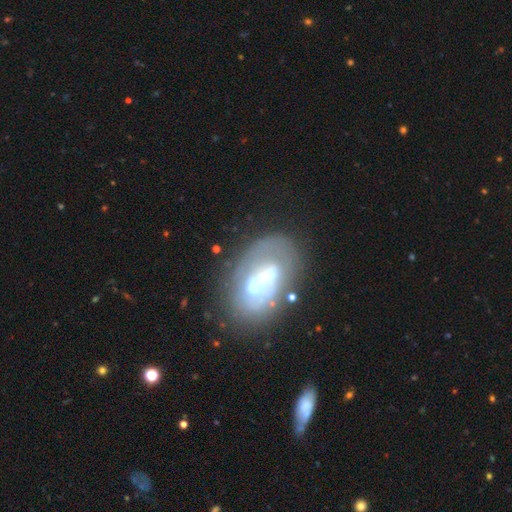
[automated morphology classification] Overall: featured or disk (63%; smooth 26%). Edge-on disk: no (90%). Bar: strong (52%; weak 26%). Spiral arms: no (61%; yes 39%). Bulge size: moderate (37%; large 24%). Merging: none (57%; minor disturbance 21%).